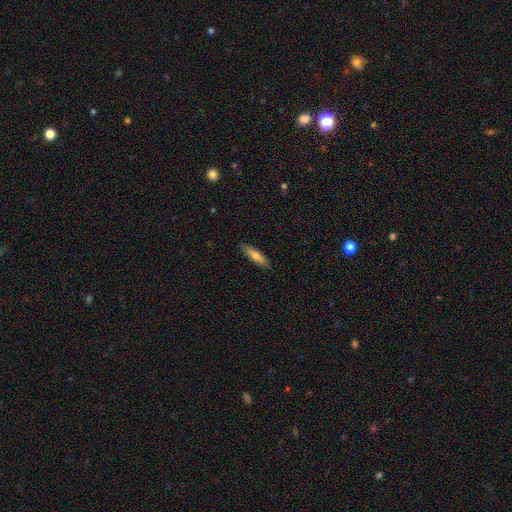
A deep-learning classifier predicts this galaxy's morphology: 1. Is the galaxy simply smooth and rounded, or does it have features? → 66% smooth, 28% featured or disk, 6% star or artifact.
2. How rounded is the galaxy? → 73% cigar-shaped, 25% in between, 2% round.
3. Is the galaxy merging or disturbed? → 89% none, 9% minor disturbance, 2% major disturbance, 1% merger.